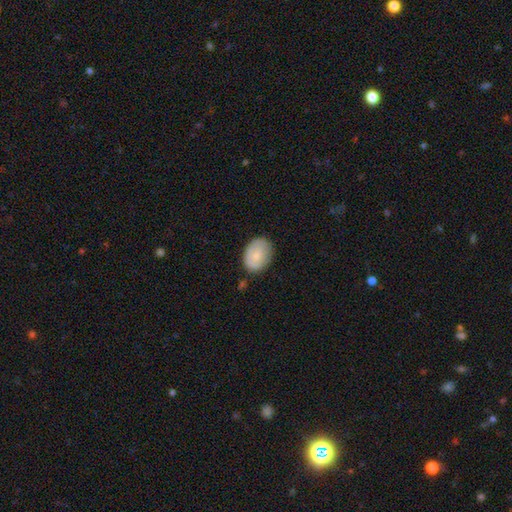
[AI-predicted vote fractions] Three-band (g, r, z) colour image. It shows a smooth galaxy with no disk features (72%) that is in between round and cigar-shaped (75%). Merging: none (76%).